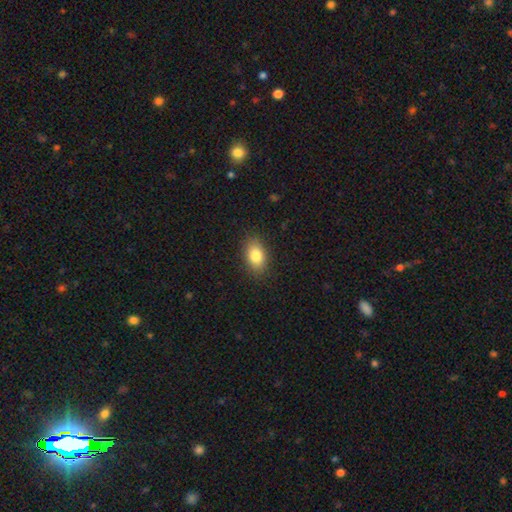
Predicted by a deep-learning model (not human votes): Smooth or featured: smooth — 82% (featured or disk — 9%)
How rounded: in between — 87% (round — 11%)
Merging: none — 86% (minor disturbance — 10%)